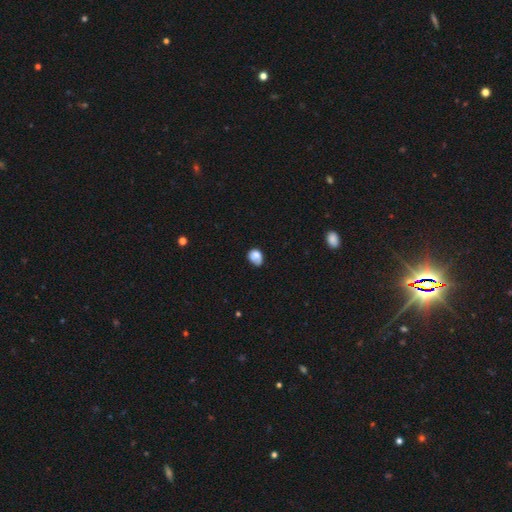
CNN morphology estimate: smooth 77%, featured or disk 13%, star or artifact 9%. Down the decision tree: how rounded — round (52%); merging — none (43%).